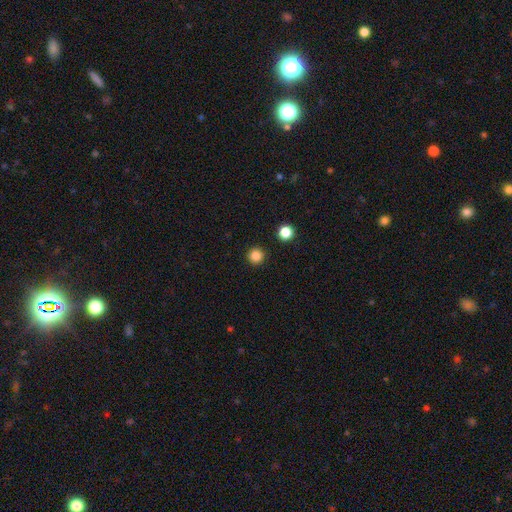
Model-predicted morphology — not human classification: type=smooth (85%); roundness=round (96%); merging=none (93%).